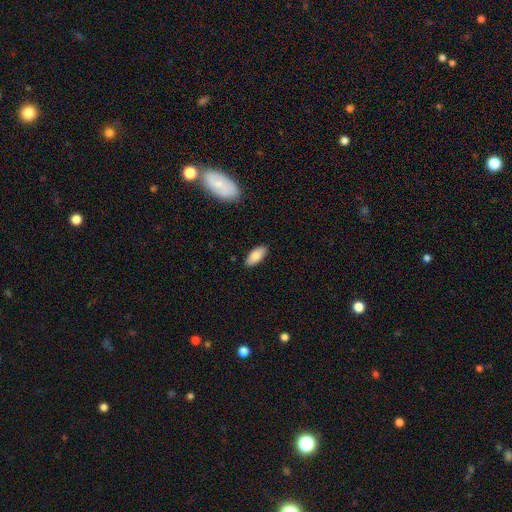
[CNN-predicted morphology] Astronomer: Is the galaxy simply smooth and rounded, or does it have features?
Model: smooth — 82%.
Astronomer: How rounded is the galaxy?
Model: in between — 88%.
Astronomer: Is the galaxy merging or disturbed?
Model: none — 88%.